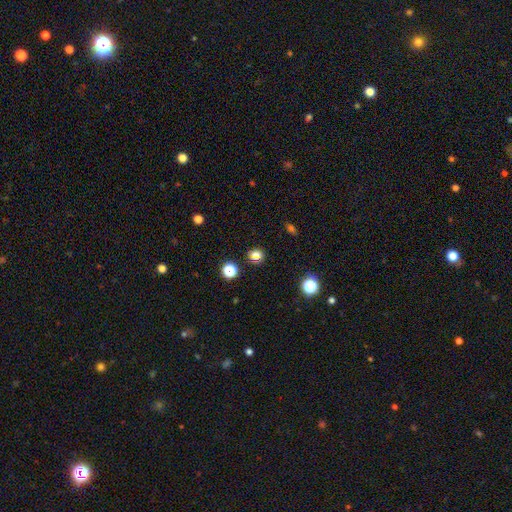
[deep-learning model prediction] Smooth or featured?
  - smooth: 70% *
  - star or artifact: 21%
  - featured or disk: 8%
How rounded?
  - round: 75% *
  - in between: 24%
  - cigar-shaped: 1%
Merging?
  - none: 79% *
  - minor disturbance: 10%
  - merger: 8%
  - major disturbance: 3%